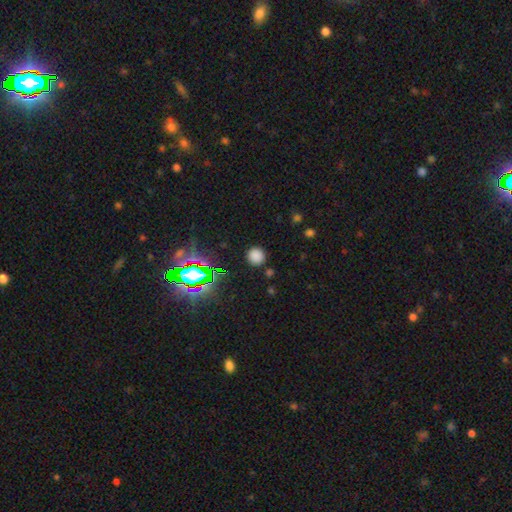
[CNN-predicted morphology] A smooth galaxy with no disk features (75%) that is round (90%). Merging: none (88%).